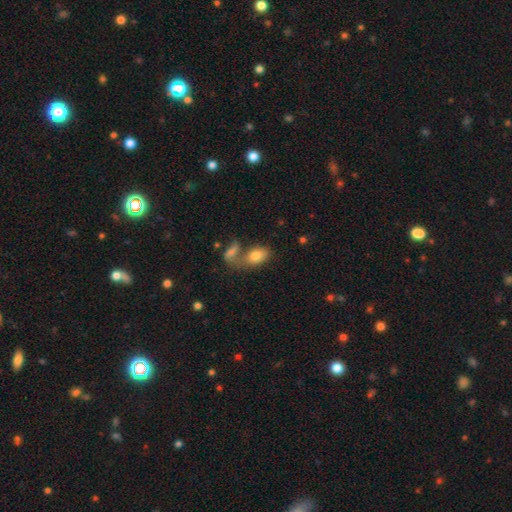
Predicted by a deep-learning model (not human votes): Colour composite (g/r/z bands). It shows a smooth galaxy with no disk features (78%) that is in between round and cigar-shaped (89%). Merging: merger (50%).